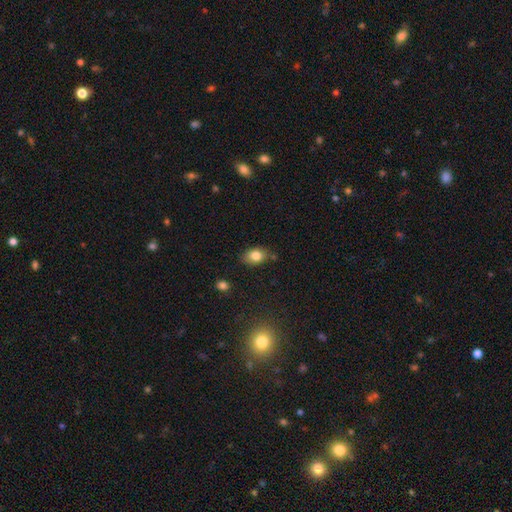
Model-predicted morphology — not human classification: The model was most divided on "merging": none: 73%, minor disturbance: 19%, merger: 4%, major disturbance: 4%. More confident: smooth or featured — smooth (81%); how rounded — in between (78%).